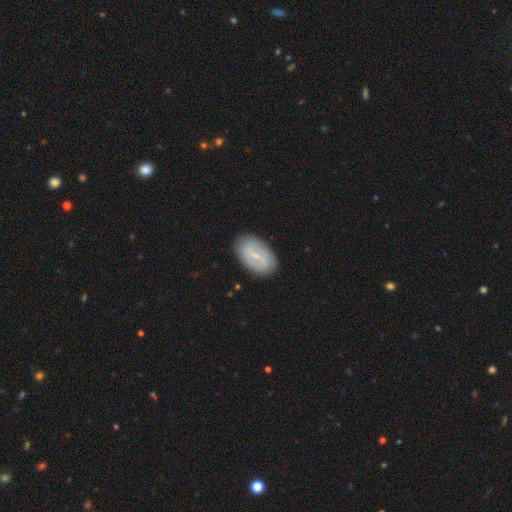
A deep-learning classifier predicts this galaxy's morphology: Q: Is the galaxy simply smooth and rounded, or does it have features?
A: featured or disk — 49%.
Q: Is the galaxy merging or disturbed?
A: none — 86%.